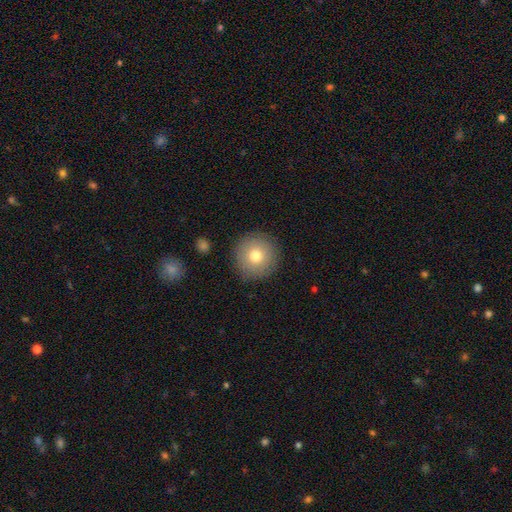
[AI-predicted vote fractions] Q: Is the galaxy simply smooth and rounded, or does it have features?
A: smooth — 76%.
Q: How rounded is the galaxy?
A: round — 96%.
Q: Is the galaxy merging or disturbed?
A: none — 89%.